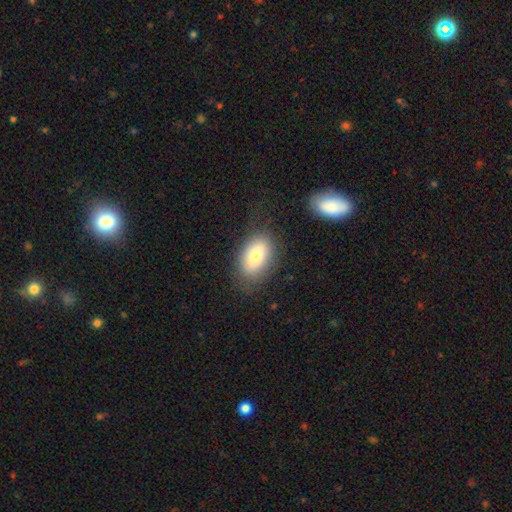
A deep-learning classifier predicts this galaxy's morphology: Smooth or featured? smooth (74%)
How rounded? in between (87%)
Merging? none (75%)